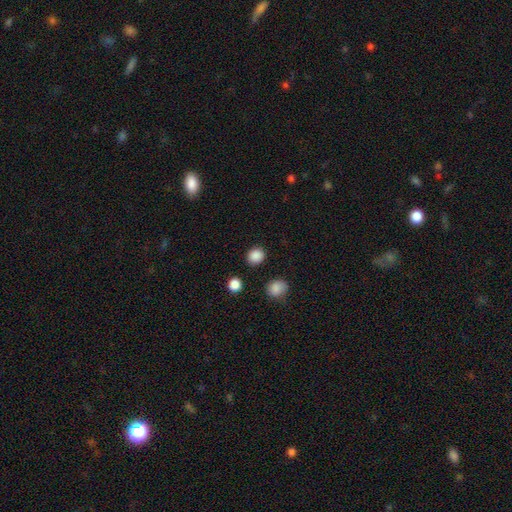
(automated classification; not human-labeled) smooth_or_featured: smooth (p=0.87) [alt: star or artifact p=0.10]
how_rounded: round (p=0.76) [alt: in between p=0.23]
merging: none (p=0.87) [alt: minor disturbance p=0.08]